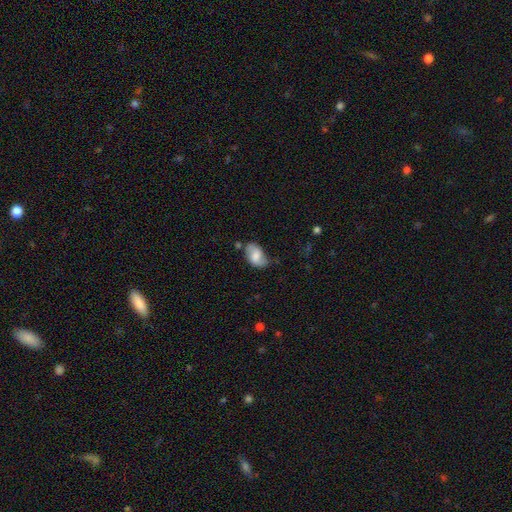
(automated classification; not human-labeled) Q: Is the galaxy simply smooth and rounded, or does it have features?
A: smooth — 63%.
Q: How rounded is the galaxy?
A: in between — 90%.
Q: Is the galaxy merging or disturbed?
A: none — 52%.